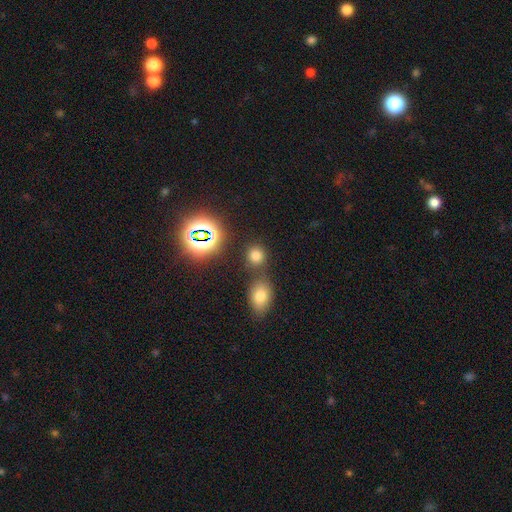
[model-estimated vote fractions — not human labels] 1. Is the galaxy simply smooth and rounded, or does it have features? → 71% smooth, 23% star or artifact, 6% featured or disk.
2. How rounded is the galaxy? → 83% round, 15% in between, 1% cigar-shaped.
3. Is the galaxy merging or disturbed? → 74% none, 14% merger, 9% minor disturbance, 3% major disturbance.